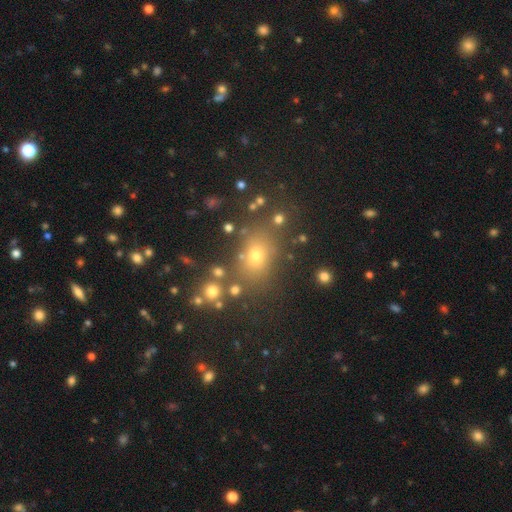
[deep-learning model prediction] This is likely a smooth galaxy (65%). How rounded: likely in between (64%). Merging: likely none (74%).